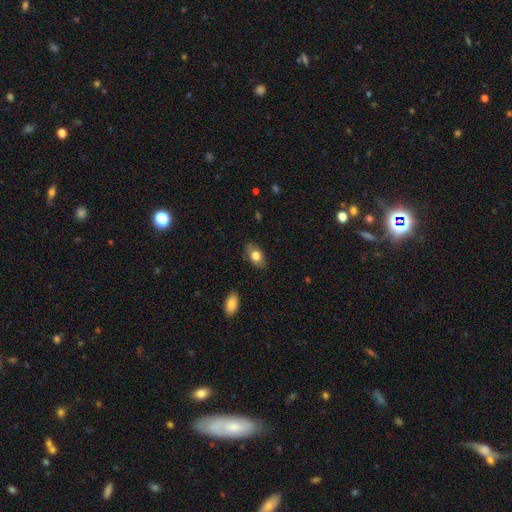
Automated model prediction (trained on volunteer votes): This is likely a smooth galaxy (77%). How rounded: clearly in between (88%). Merging: clearly none (81%).